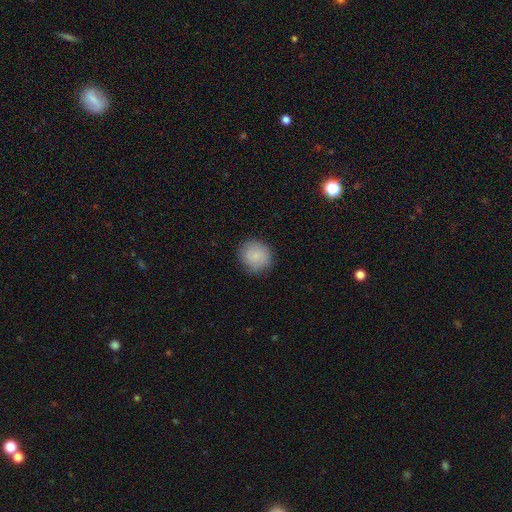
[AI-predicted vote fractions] A smooth galaxy with no disk features (85%) that is round (87%). Merging: none (84%).